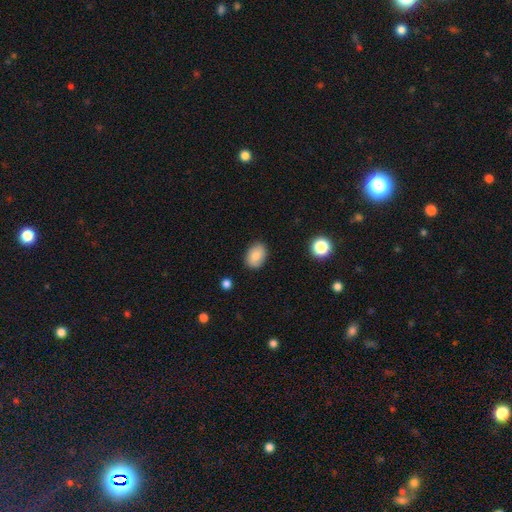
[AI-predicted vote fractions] A smooth galaxy with no disk features (83%) that is in between round and cigar-shaped (76%).

Vote fractions:
- Smooth or featured? smooth: 83% / featured or disk: 9% / star or artifact: 8%
- How rounded? in between: 76% / round: 23% / cigar-shaped: 1%
- Merging? none: 85% / minor disturbance: 11% / major disturbance: 2% / merger: 1%